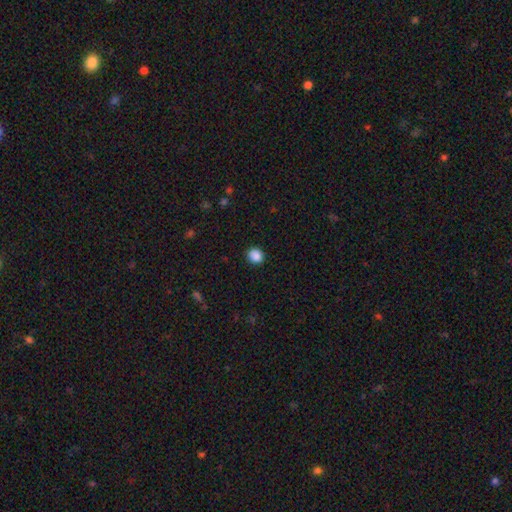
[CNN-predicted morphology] Smooth or featured?
  - smooth: 87% *
  - star or artifact: 10%
  - featured or disk: 3%
How rounded?
  - round: 77% *
  - in between: 22%
  - cigar-shaped: 1%
Merging?
  - none: 89% *
  - minor disturbance: 8%
  - major disturbance: 2%
  - merger: 1%